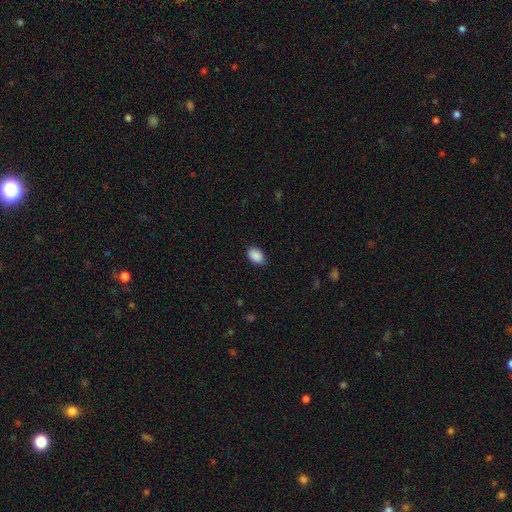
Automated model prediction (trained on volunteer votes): Q: Smooth or featured?
A: smooth (90%); runner-up: star or artifact (7%)
Q: How rounded?
A: in between (83%); runner-up: round (16%)
Q: Merging?
A: none (85%); runner-up: minor disturbance (12%)